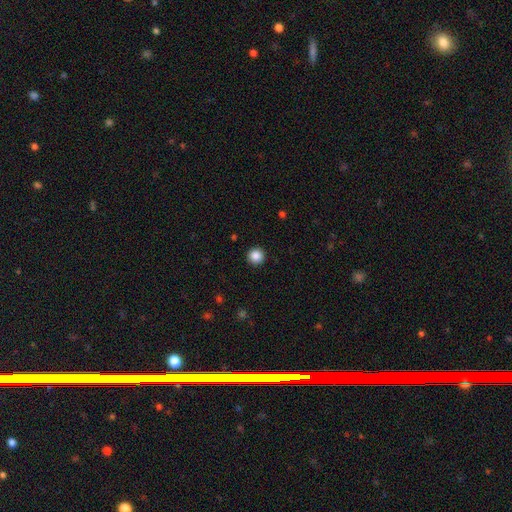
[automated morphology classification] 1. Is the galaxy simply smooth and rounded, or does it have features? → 86% smooth, 10% star or artifact, 4% featured or disk.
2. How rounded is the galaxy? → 96% round, 3% in between, 1% cigar-shaped.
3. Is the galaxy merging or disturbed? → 93% none, 4% minor disturbance, 2% major disturbance, 1% merger.